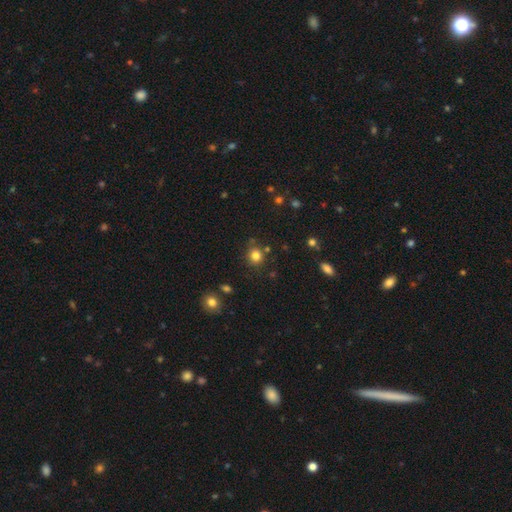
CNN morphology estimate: Q: Smooth or featured?
A: smooth (81%); runner-up: star or artifact (13%)
Q: How rounded?
A: round (88%); runner-up: in between (12%)
Q: Merging?
A: none (80%); runner-up: minor disturbance (11%)